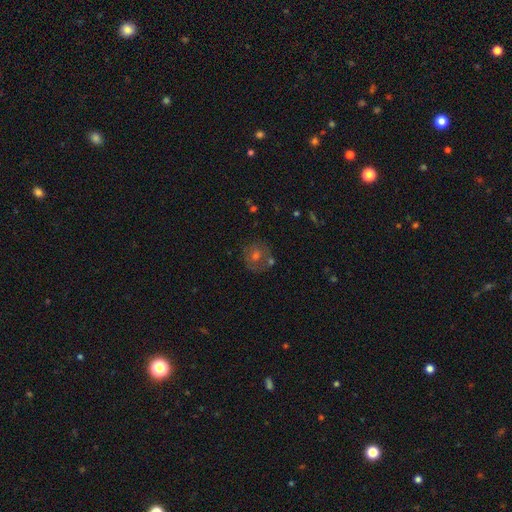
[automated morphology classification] This appears to be a smooth galaxy with no disk features (43%). Merging: none (68%).